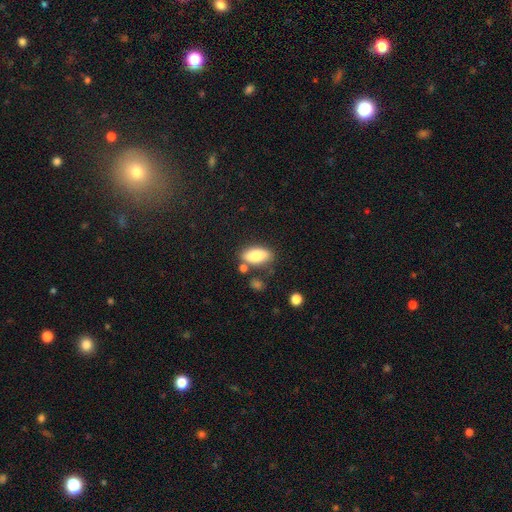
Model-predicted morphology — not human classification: Smooth or featured? smooth (83%)
How rounded? in between (88%)
Merging? none (72%)